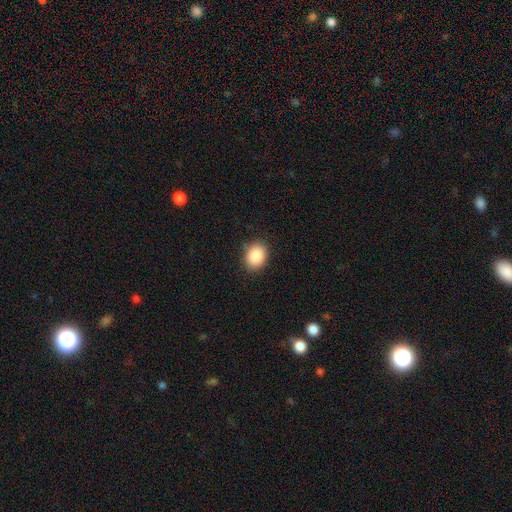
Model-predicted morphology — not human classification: Smooth or featured? smooth (89%)
How rounded? in between (55%)
Merging? none (85%)